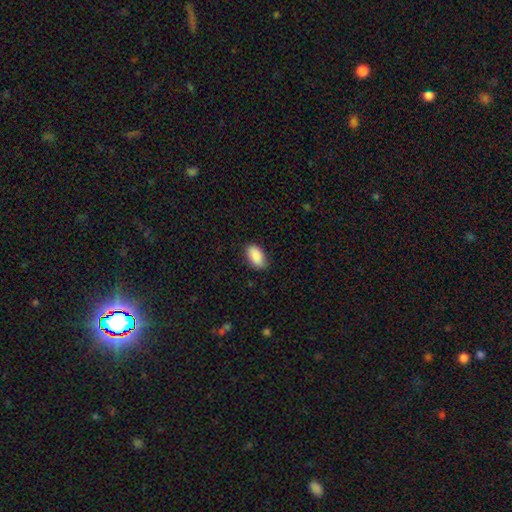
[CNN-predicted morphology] This appears to be a smooth galaxy with no disk features (90%) that is in between round and cigar-shaped (94%). Merging: none (83%).